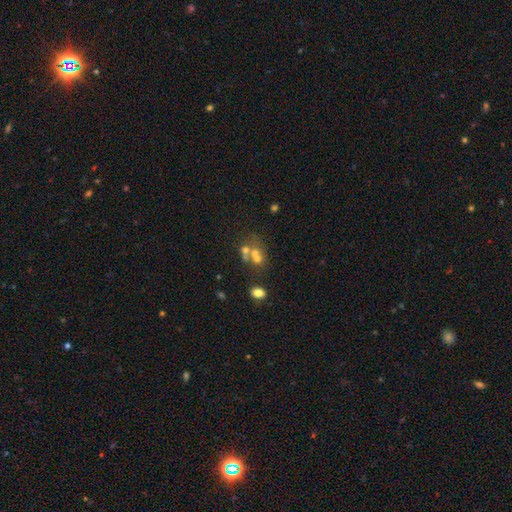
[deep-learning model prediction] The model was most divided on "merging": merger: 53%, none: 31%, minor disturbance: 9%, major disturbance: 7%. More confident: how rounded — round (63%); smooth or featured — smooth (52%).